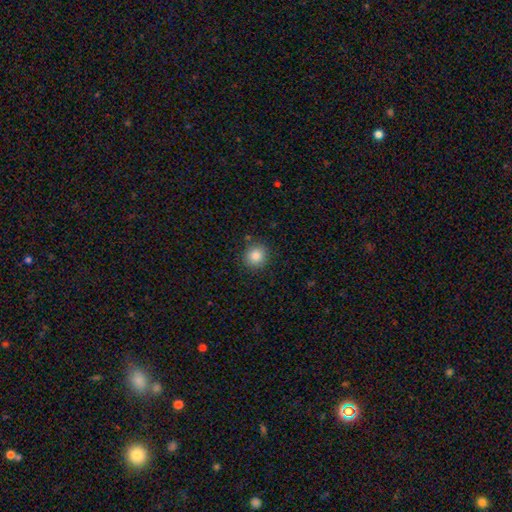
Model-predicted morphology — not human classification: smooth-or-featured: smooth: 85% | star or artifact: 10% | featured or disk: 5%
  how-rounded: round: 88% | in between: 12% | cigar-shaped: 1%
  merging: none: 87% | minor disturbance: 8% | major disturbance: 3% | merger: 2%